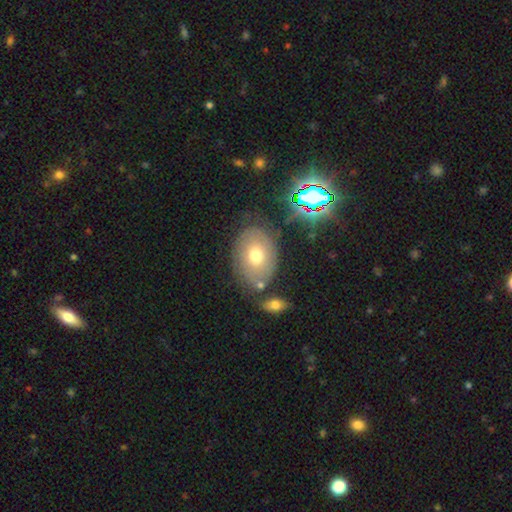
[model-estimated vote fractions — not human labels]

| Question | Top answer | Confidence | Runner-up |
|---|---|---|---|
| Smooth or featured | smooth | 55% | featured or disk (33%) |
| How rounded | in between | 78% | round (21%) |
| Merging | none | 71% | minor disturbance (17%) |